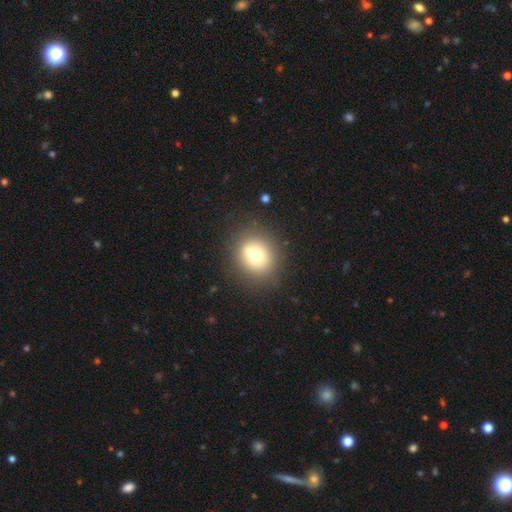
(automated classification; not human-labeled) Smooth or featured: smooth — 70% (featured or disk — 17%)
How rounded: round — 79% (in between — 20%)
Merging: none — 80% (minor disturbance — 11%)